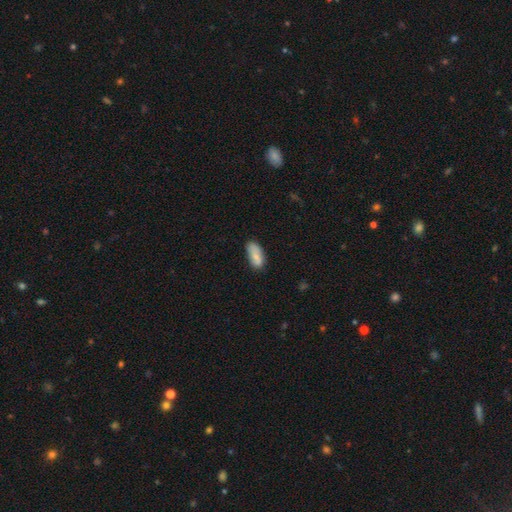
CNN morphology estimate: Q: Smooth or featured?
A: smooth (78%); runner-up: featured or disk (15%)
Q: How rounded?
A: in between (86%); runner-up: cigar-shaped (11%)
Q: Merging?
A: none (68%); runner-up: minor disturbance (22%)